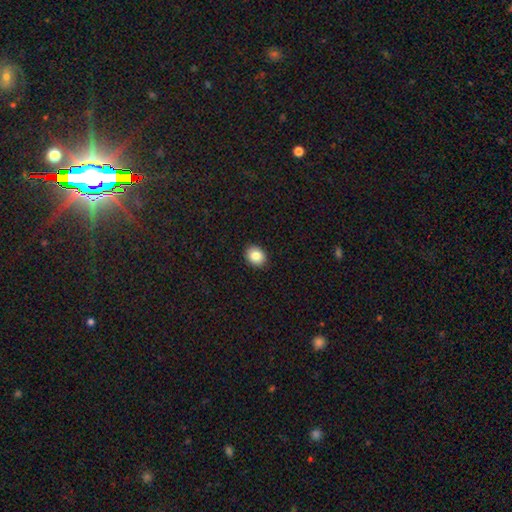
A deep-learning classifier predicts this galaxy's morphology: Smooth or featured? smooth (85%)
How rounded? round (51%)
Merging? none (91%)